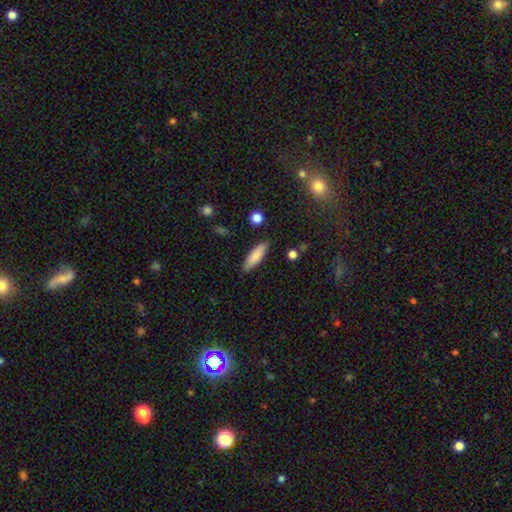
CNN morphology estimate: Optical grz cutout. It shows a smooth galaxy with no disk features (82%) that is cigar-shaped (54%). Merging: none (86%).